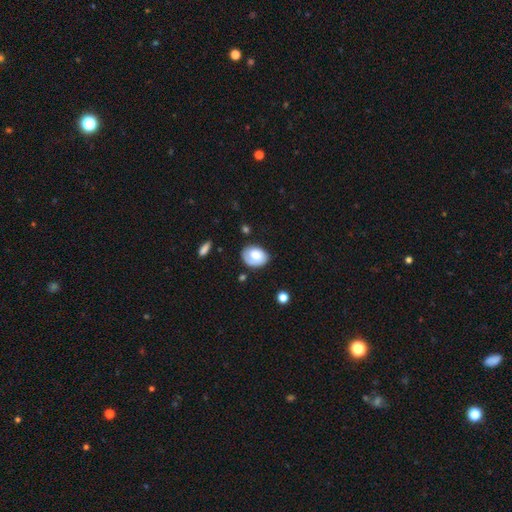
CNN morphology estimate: Overall: smooth (66%; featured or disk 27%). How rounded: in between (70%). Merging: none (62%; minor disturbance 25%).